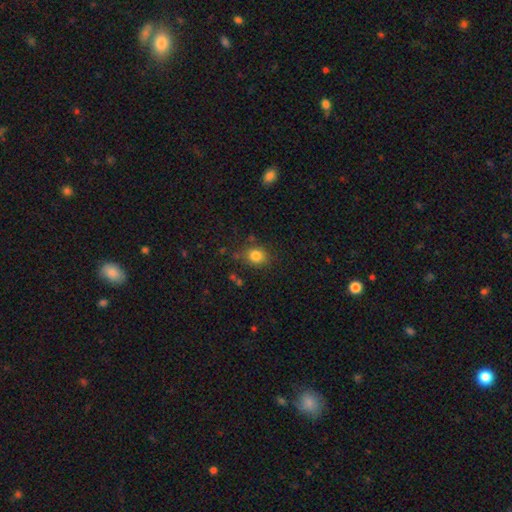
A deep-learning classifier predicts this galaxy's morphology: type=smooth (82%); roundness=round (72%); merging=none (76%).